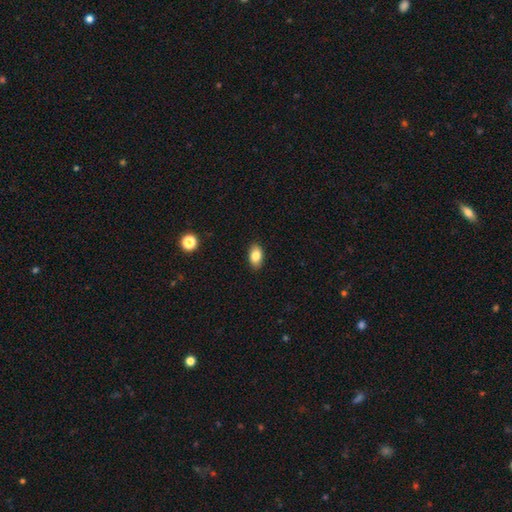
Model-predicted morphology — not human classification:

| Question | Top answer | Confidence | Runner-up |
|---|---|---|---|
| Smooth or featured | smooth | 84% | star or artifact (8%) |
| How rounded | in between | 90% | round (8%) |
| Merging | none | 89% | minor disturbance (8%) |